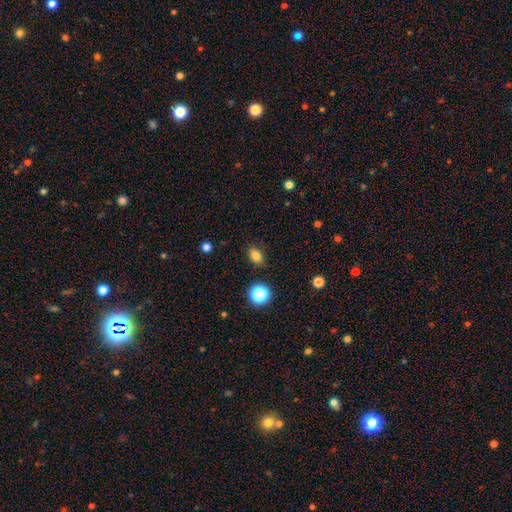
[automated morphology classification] Q: Smooth or featured?
A: smooth (80%); runner-up: star or artifact (13%)
Q: How rounded?
A: in between (77%); runner-up: round (21%)
Q: Merging?
A: none (86%); runner-up: minor disturbance (10%)